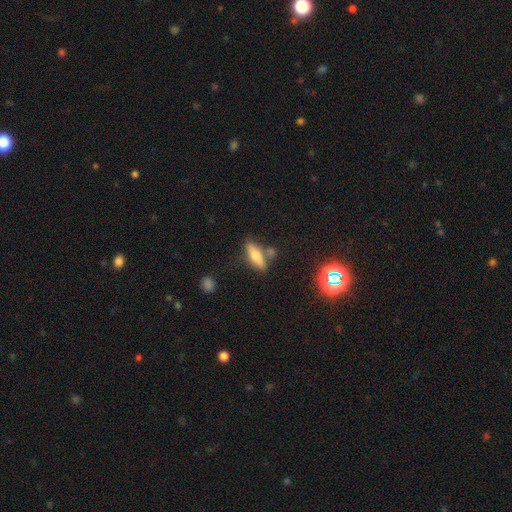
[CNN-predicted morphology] smooth-or-featured: smooth: 58% | featured or disk: 32% | star or artifact: 10%
  how-rounded: in between: 51% | cigar-shaped: 46% | round: 3%
  merging: none: 67% | minor disturbance: 14% | merger: 14% | major disturbance: 4%